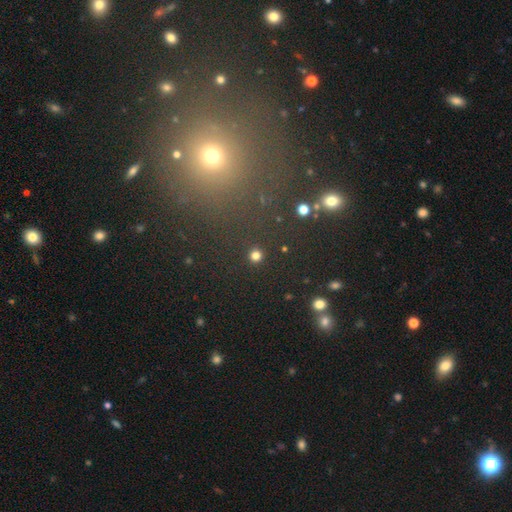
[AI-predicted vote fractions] smooth-or-featured: smooth: 80% | star or artifact: 16% | featured or disk: 4%
  how-rounded: round: 95% | in between: 4% | cigar-shaped: 1%
  merging: none: 92% | minor disturbance: 5% | major disturbance: 2% | merger: 2%